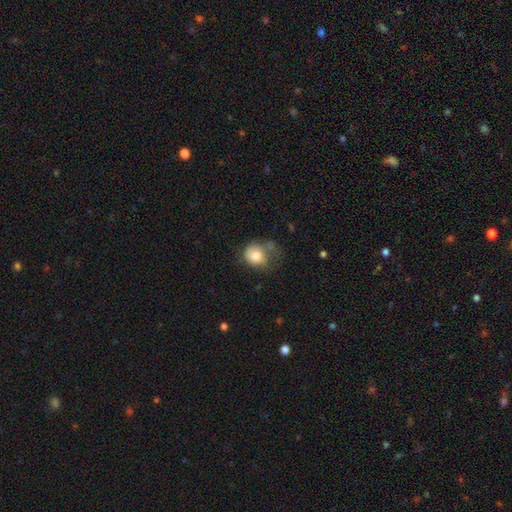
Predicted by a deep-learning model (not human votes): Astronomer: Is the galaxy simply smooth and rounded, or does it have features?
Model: smooth — 74%.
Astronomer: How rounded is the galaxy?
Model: round — 60% (runner-up: in between, 39%).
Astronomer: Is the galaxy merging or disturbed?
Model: minor disturbance — 32% (runner-up: none, 31%).